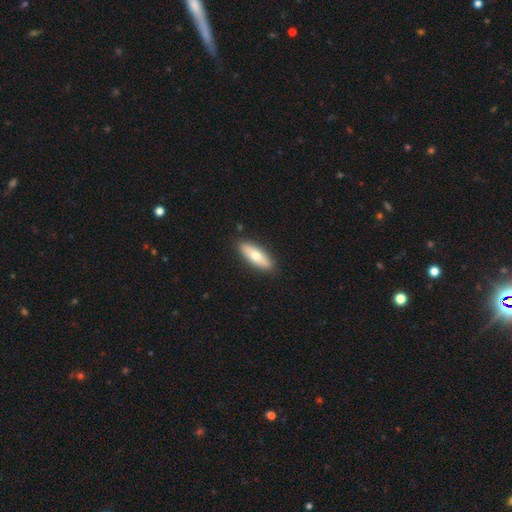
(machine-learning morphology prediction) A smooth galaxy with no disk features (65%) that is in between round and cigar-shaped (52%). Merging: none (89%).